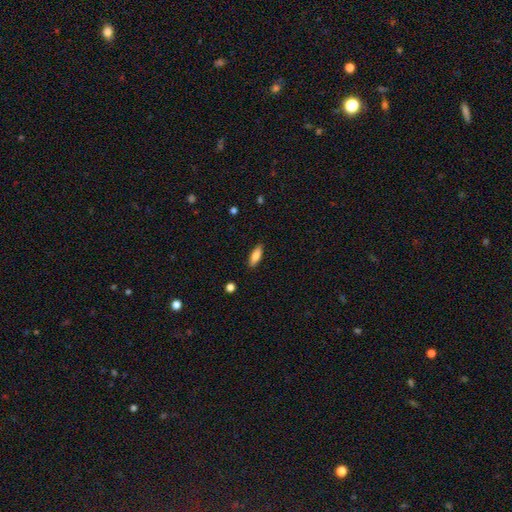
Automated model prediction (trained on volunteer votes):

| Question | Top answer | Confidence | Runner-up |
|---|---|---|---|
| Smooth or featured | smooth | 81% | featured or disk (12%) |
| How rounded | in between | 64% | cigar-shaped (34%) |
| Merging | none | 87% | minor disturbance (10%) |